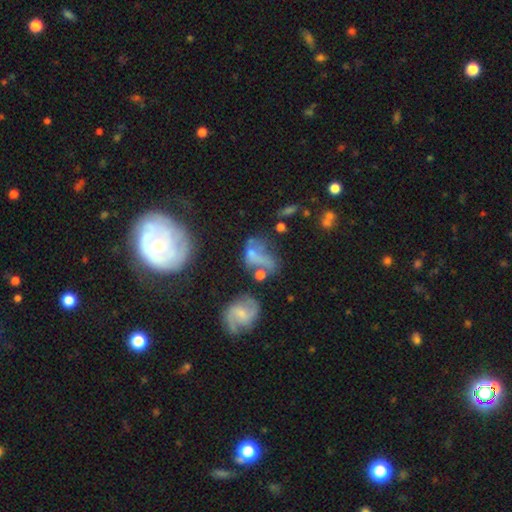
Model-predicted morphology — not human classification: Smooth or featured?
  - featured or disk: 41% *
  - smooth: 40%
  - star or artifact: 19%
Merging?
  - major disturbance: 31% *
  - none: 26%
  - merger: 25%
  - minor disturbance: 18%